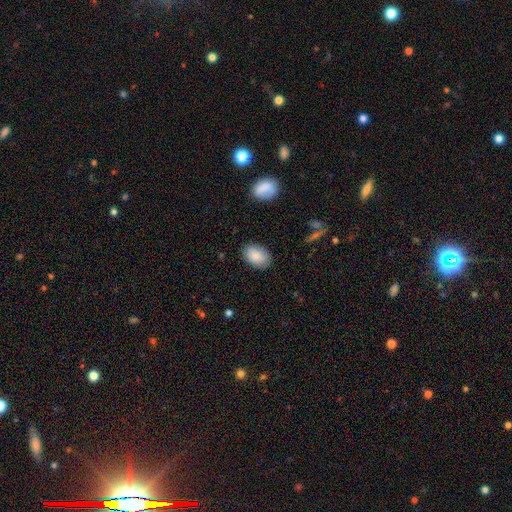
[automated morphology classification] This appears to be a smooth galaxy with no disk features (88%) that is in between round and cigar-shaped (88%). Merging: none (84%).